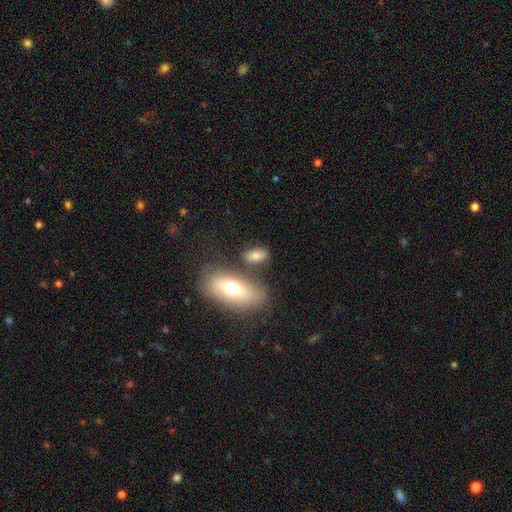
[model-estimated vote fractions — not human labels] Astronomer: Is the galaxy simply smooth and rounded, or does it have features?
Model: smooth — 75%.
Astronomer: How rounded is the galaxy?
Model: in between — 85%.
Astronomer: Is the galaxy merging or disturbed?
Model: none — 68%.